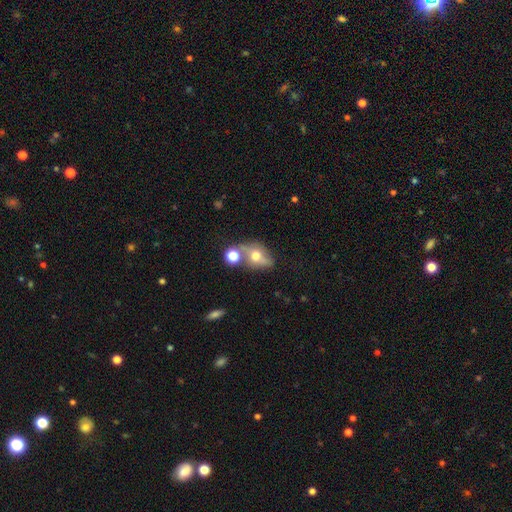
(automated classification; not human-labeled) Morphology: type=smooth (54%); roundness=in between (64%); merging=none (46%).